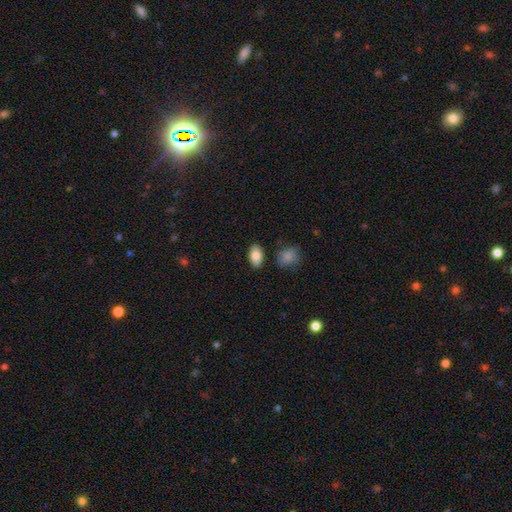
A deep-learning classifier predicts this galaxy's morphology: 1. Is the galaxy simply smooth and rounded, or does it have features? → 83% smooth, 10% featured or disk, 7% star or artifact.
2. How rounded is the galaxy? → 90% in between, 8% round, 2% cigar-shaped.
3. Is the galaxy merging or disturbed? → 84% none, 11% minor disturbance, 3% merger, 2% major disturbance.